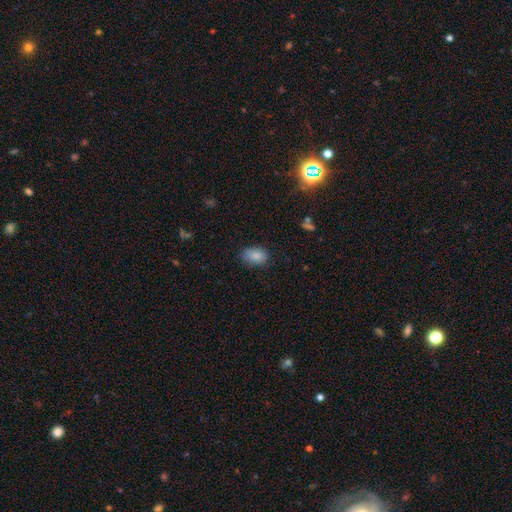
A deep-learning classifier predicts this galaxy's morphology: smooth 85%, star or artifact 8%, featured or disk 6%. Down the decision tree: how rounded — in between (86%); merging — none (75%).